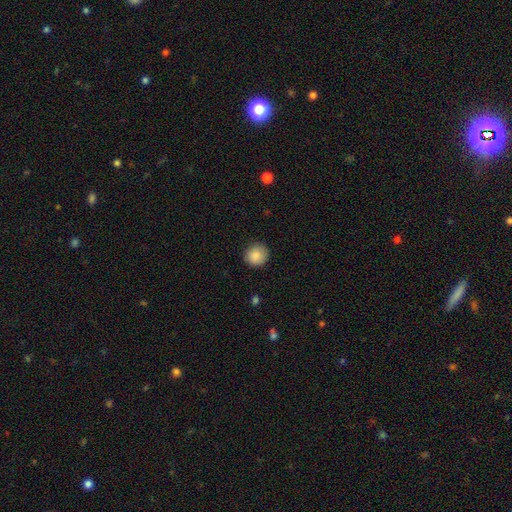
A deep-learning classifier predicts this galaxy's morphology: Overall: smooth (87%). How rounded: round (93%). Merging: none (87%).